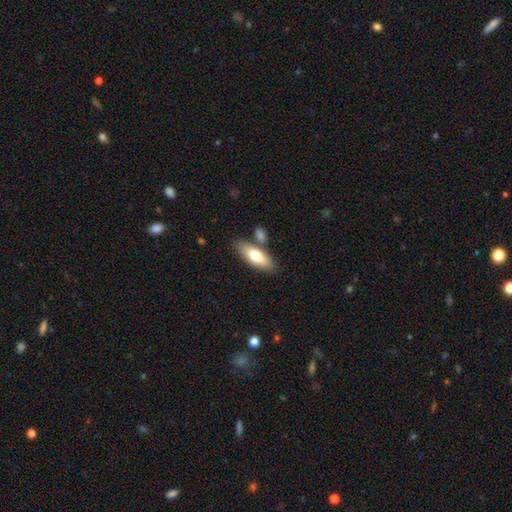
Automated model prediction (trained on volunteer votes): A smooth galaxy with no disk features (69%) that is in between round and cigar-shaped (69%).

Vote fractions:
- Smooth or featured? smooth: 69% / featured or disk: 25% / star or artifact: 6%
- How rounded? in between: 69% / cigar-shaped: 28% / round: 3%
- Merging? none: 71% / merger: 15% / minor disturbance: 11% / major disturbance: 3%